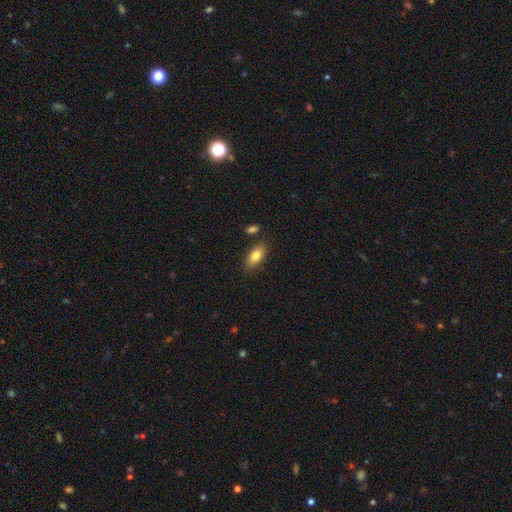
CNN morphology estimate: This is clearly a smooth galaxy (81%). How rounded: clearly in between (89%). Merging: likely none (80%).